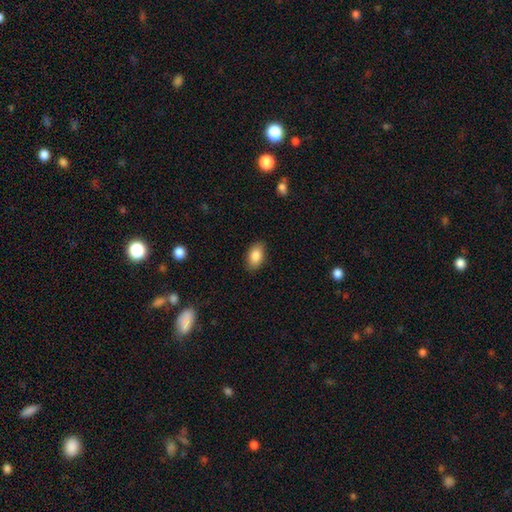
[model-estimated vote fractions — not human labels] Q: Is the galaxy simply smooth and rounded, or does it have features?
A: smooth — 85%.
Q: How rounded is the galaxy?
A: in between — 92%.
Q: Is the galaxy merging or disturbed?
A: none — 87%.